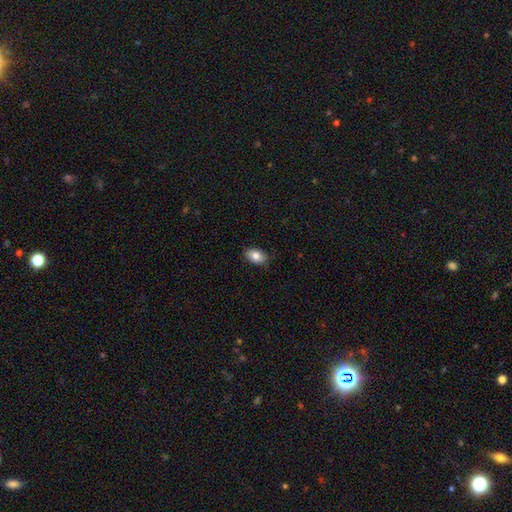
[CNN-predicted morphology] This is clearly a smooth galaxy (81%). How rounded: clearly in between (88%). Merging: clearly none (84%).